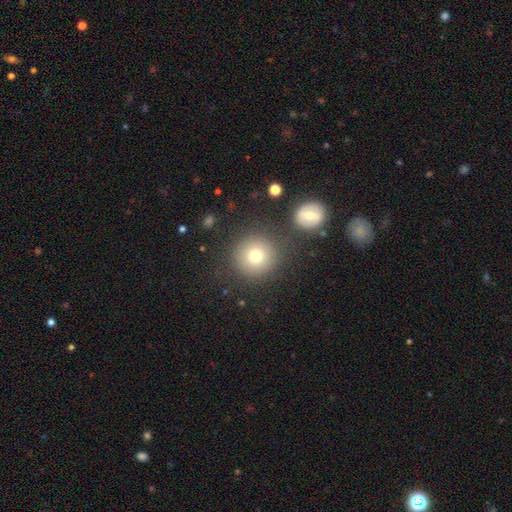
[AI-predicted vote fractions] This appears to be a smooth galaxy with no disk features (76%) that is round (94%). Merging: none (81%).